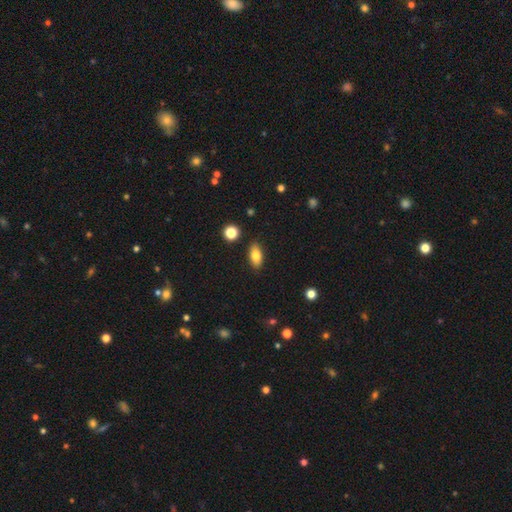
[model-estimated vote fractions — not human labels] Smooth or featured? Predicted: smooth (p=0.79). How rounded? Predicted: in between (p=0.86). Merging? Predicted: none (p=0.87).